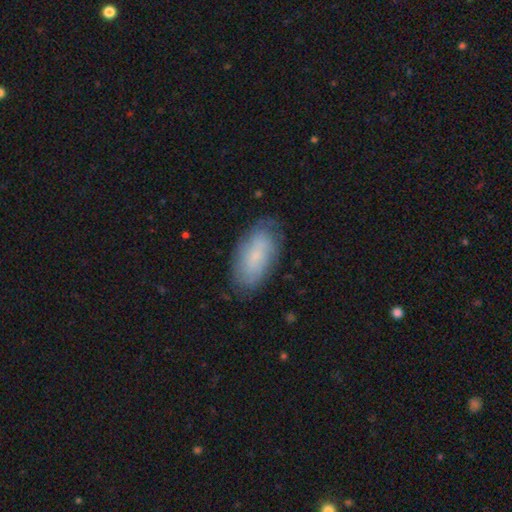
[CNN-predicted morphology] Smooth or featured? Predicted: smooth (p=0.59). How rounded? Predicted: in between (p=0.91). Merging? Predicted: none (p=0.77).